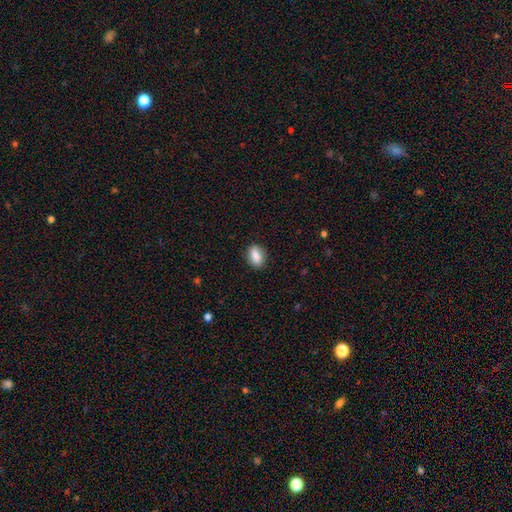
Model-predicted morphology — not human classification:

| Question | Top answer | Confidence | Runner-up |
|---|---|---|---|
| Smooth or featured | smooth | 84% | featured or disk (9%) |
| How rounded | in between | 79% | round (16%) |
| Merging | none | 86% | minor disturbance (11%) |